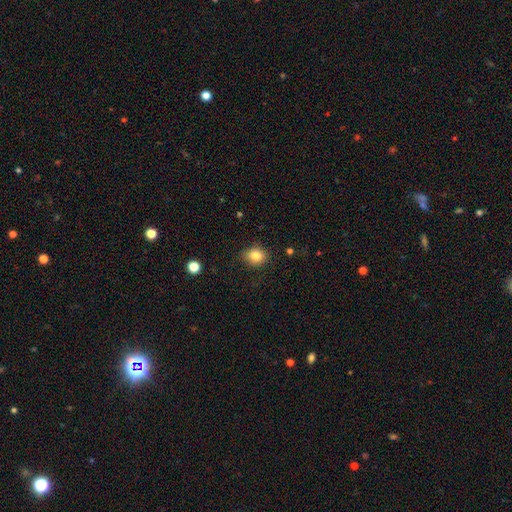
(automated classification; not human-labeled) A smooth galaxy with no disk features (82%) that is round (61%). Merging: none (82%).